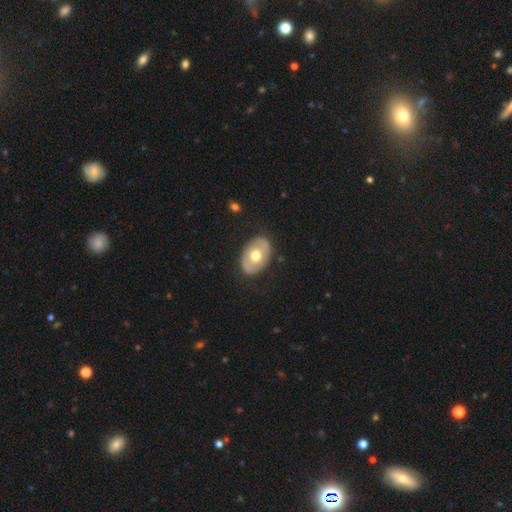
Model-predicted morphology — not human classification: Q: Smooth or featured?
A: smooth (48%); runner-up: featured or disk (47%)
Q: Merging?
A: none (84%); runner-up: minor disturbance (12%)